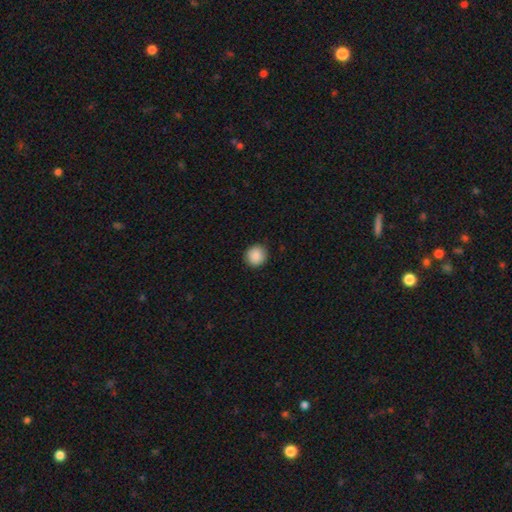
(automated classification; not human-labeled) A smooth galaxy with no disk features (88%) that is round (91%).

Vote fractions:
- Smooth or featured? smooth: 88% / star or artifact: 8% / featured or disk: 4%
- How rounded? round: 91% / in between: 8% / cigar-shaped: 1%
- Merging? none: 89% / minor disturbance: 8% / major disturbance: 2% / merger: 1%